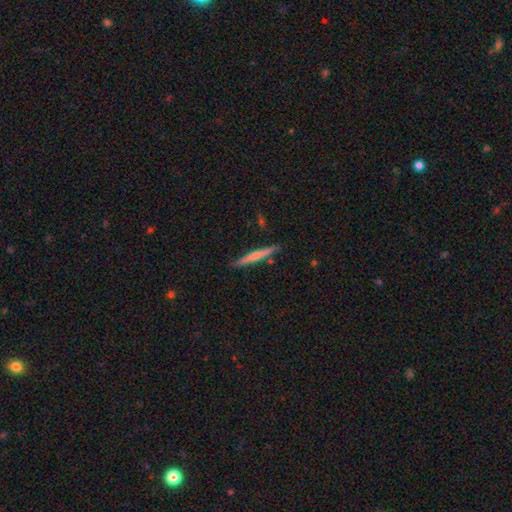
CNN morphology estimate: A smooth galaxy with no disk features (50%) that is cigar-shaped (94%).

Vote fractions:
- Smooth or featured? smooth: 50% / featured or disk: 44% / star or artifact: 6%
- How rounded? cigar-shaped: 94% / in between: 4% / round: 2%
- Merging? none: 86% / minor disturbance: 10% / merger: 3% / major disturbance: 2%